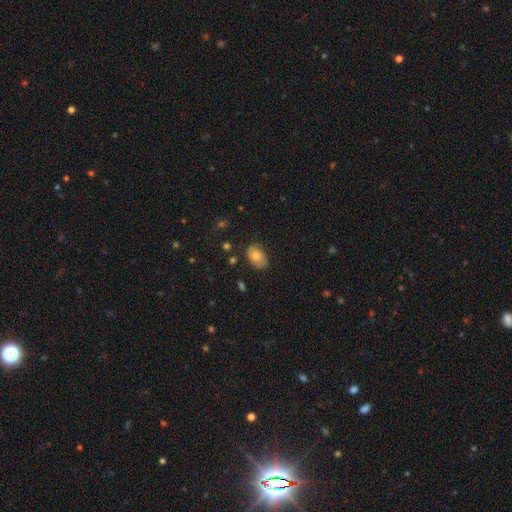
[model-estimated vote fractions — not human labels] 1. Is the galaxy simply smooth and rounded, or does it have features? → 75% smooth, 17% featured or disk, 9% star or artifact.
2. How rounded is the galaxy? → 87% in between, 12% round, 1% cigar-shaped.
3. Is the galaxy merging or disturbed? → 73% none, 21% minor disturbance, 5% major disturbance, 2% merger.